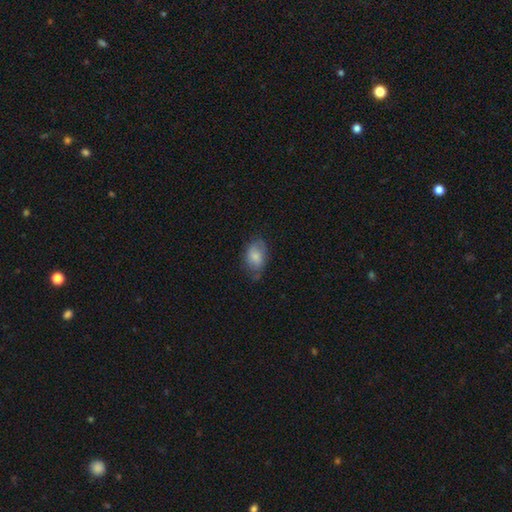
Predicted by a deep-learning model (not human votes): Smooth or featured?
  - smooth: 73% *
  - featured or disk: 20%
  - star or artifact: 7%
How rounded?
  - in between: 85% *
  - round: 13%
  - cigar-shaped: 2%
Merging?
  - none: 59% *
  - minor disturbance: 30%
  - major disturbance: 9%
  - merger: 1%